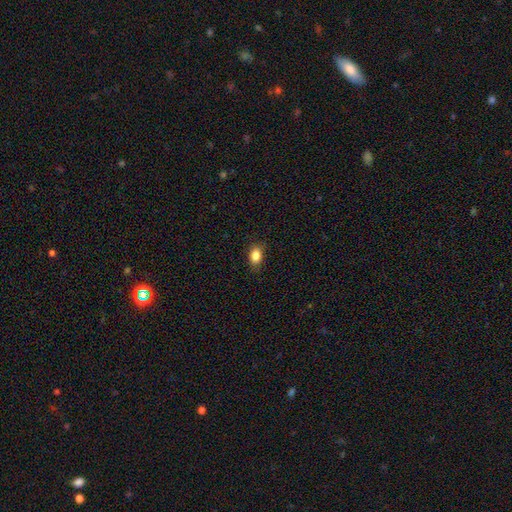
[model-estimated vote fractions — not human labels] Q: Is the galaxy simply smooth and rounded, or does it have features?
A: smooth — 86%.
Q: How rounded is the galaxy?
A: in between — 81%.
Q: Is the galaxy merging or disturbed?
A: none — 85%.